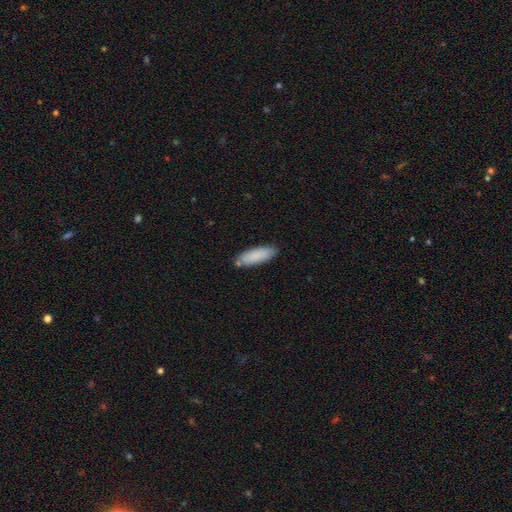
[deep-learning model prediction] smooth-or-featured: smooth: 86% | featured or disk: 8% | star or artifact: 6%
  how-rounded: in between: 52% | cigar-shaped: 47% | round: 1%
  merging: none: 80% | minor disturbance: 14% | merger: 4% | major disturbance: 2%